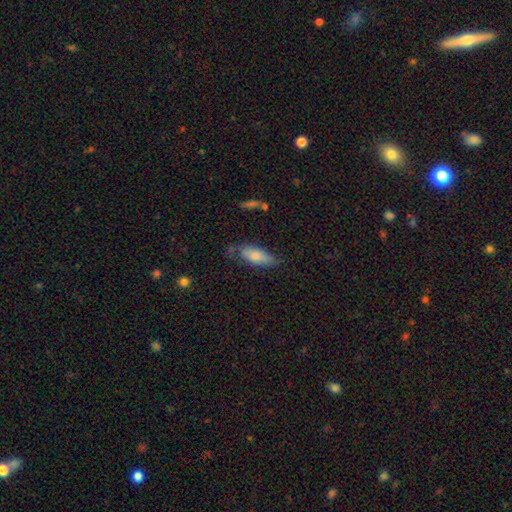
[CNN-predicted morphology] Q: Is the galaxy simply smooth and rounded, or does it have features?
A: smooth — 73%.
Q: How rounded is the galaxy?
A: in between — 77%.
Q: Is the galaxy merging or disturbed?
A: none — 53%.